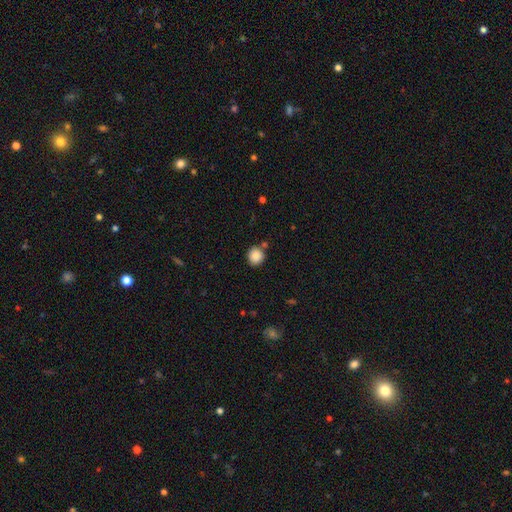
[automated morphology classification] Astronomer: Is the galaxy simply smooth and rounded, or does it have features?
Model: smooth — 88%.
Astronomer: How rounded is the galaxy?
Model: round — 89%.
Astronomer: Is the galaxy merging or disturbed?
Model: none — 80%.